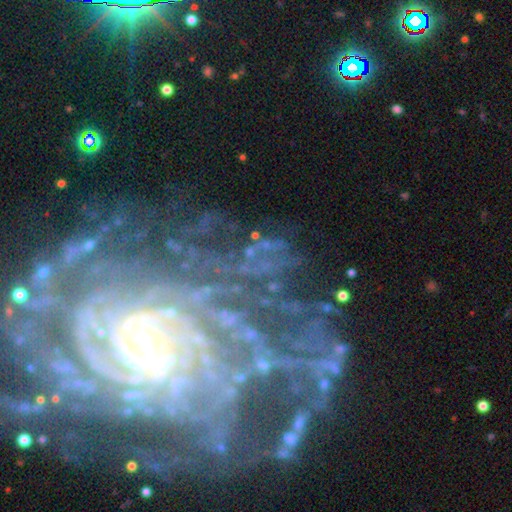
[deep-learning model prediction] Overall: featured or disk (70%). Edge-on disk: no (95%). Bar: no (48%; weak 28%). Spiral arms: yes (93%). Spiral arm count: can't tell (30%; 3 16%). Spiral winding: tight (73%). Bulge size: small (63%). Merging: none (66%).